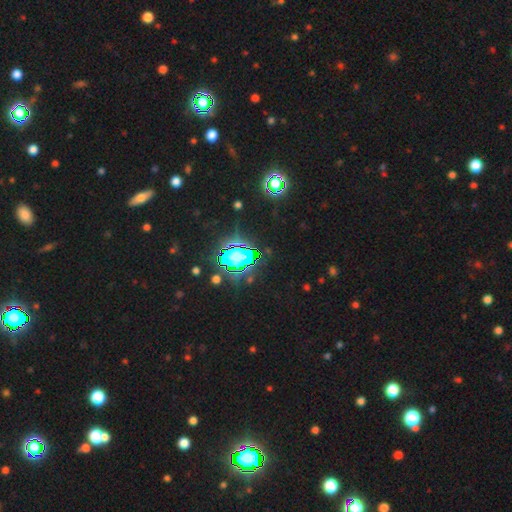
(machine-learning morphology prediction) The model was most divided on "smooth or featured": star or artifact: 84%, smooth: 9%, featured or disk: 7%.